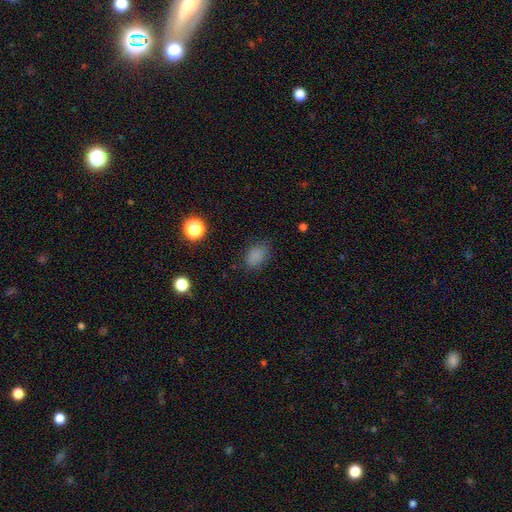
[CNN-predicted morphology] Smooth or featured? smooth (81%)
How rounded? in between (75%)
Merging? none (76%)